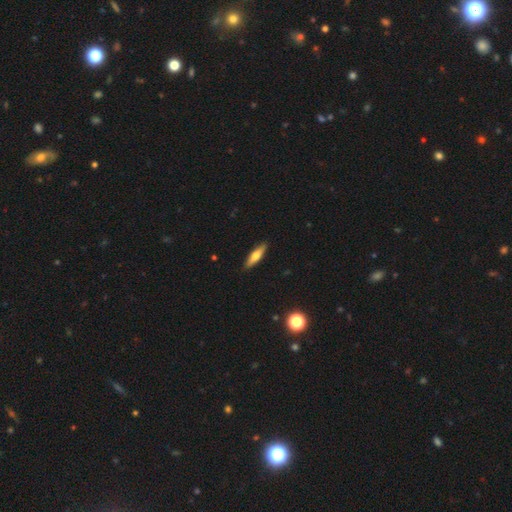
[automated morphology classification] Smooth or featured: smooth — 59% (featured or disk — 35%)
How rounded: cigar-shaped — 71% (in between — 27%)
Merging: none — 89% (minor disturbance — 8%)